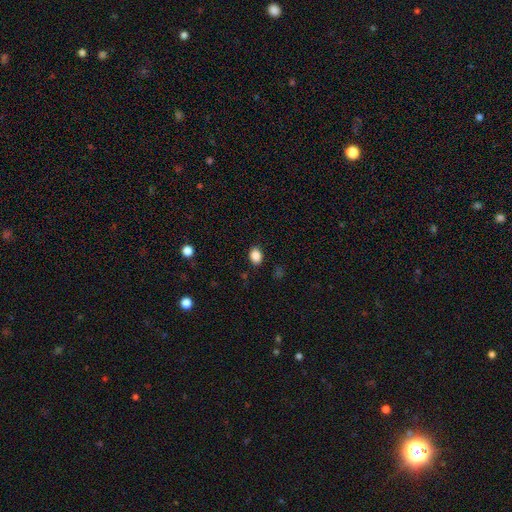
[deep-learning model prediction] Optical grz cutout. It shows a smooth galaxy with no disk features (87%) that is in between round and cigar-shaped (65%). Merging: none (85%).